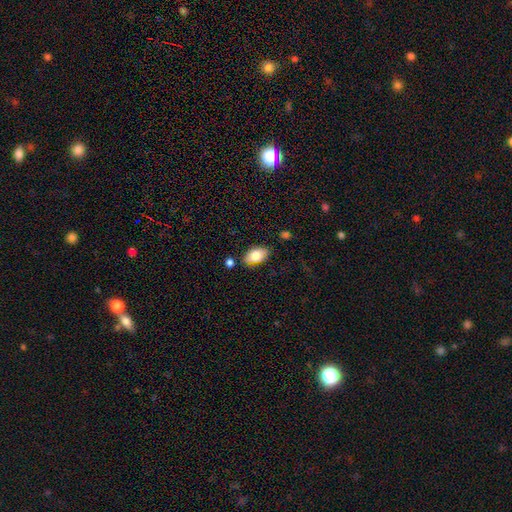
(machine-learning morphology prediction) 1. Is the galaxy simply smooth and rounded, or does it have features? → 77% smooth, 16% featured or disk, 7% star or artifact.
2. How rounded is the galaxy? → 92% in between, 6% round, 2% cigar-shaped.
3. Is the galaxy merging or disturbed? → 79% none, 14% minor disturbance, 4% merger, 3% major disturbance.